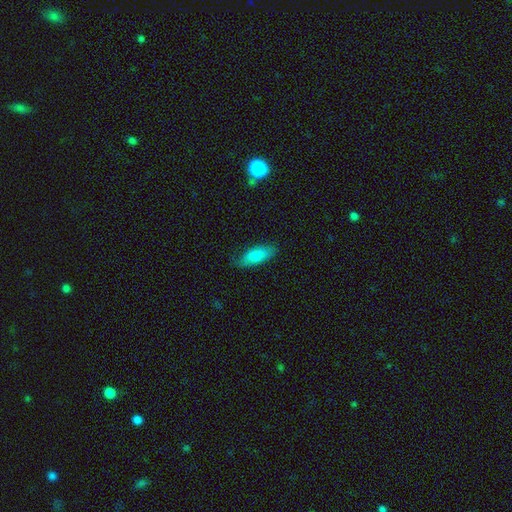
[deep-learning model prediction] smooth 83%, featured or disk 11%, star or artifact 6%. Down the decision tree: how rounded — in between (75%); merging — none (76%).